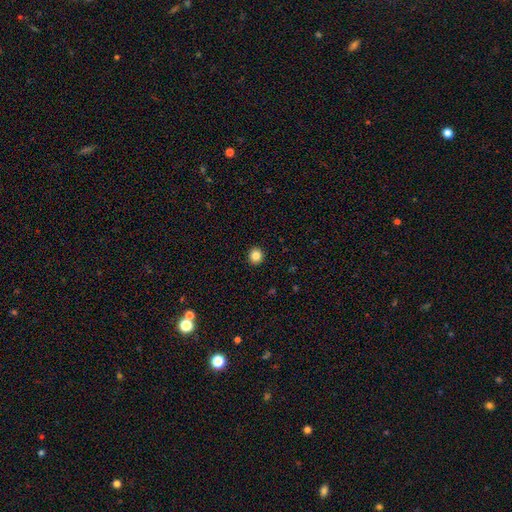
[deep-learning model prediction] smooth-or-featured: smooth: 84% | star or artifact: 11% | featured or disk: 5%
  how-rounded: round: 90% | in between: 9% | cigar-shaped: 1%
  merging: none: 93% | minor disturbance: 4% | major disturbance: 1% | merger: 1%